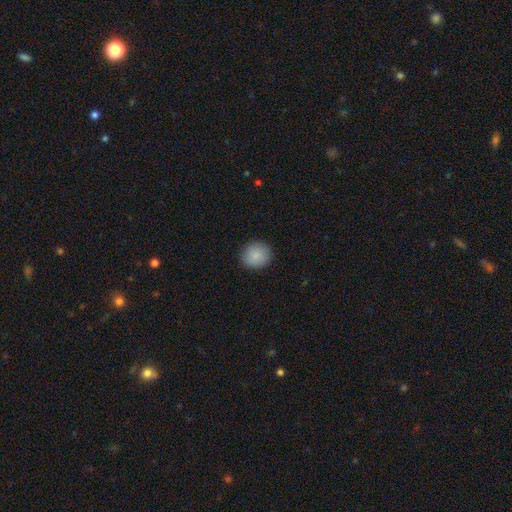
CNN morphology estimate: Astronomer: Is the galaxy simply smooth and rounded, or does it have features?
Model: smooth — 87%.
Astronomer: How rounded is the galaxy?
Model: round — 86%.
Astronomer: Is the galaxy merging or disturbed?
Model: none — 89%.